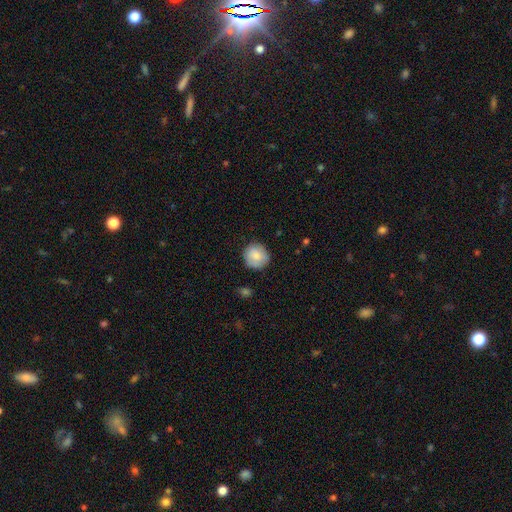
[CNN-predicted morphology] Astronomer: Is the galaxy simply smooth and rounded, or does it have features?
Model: smooth — 83%.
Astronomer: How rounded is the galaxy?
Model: round — 92%.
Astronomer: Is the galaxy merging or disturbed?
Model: none — 84%.